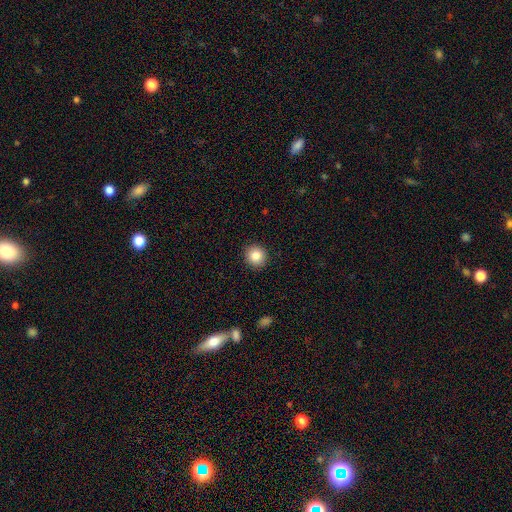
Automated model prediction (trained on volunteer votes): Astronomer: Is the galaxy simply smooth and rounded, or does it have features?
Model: smooth — 85%.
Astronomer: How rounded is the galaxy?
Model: round — 91%.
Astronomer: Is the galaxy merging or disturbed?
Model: none — 92%.